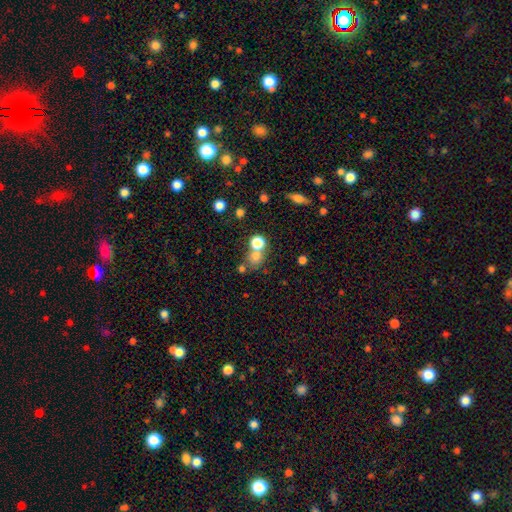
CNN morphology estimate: A smooth galaxy with no disk features (72%) that is round (79%). Merging: none (51%).